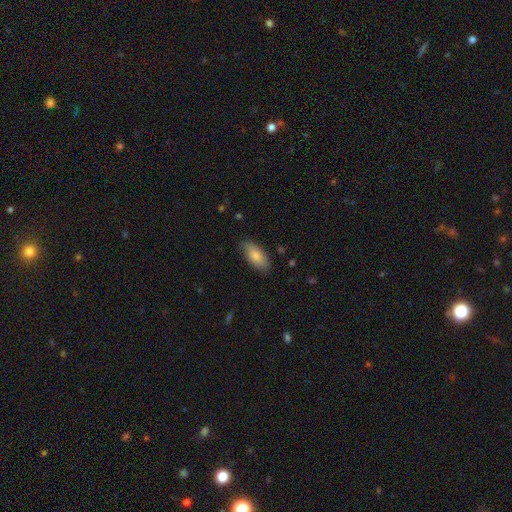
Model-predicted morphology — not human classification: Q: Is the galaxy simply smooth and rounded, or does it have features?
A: smooth — 79%.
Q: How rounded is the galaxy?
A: in between — 88%.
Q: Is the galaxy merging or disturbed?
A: none — 76%.